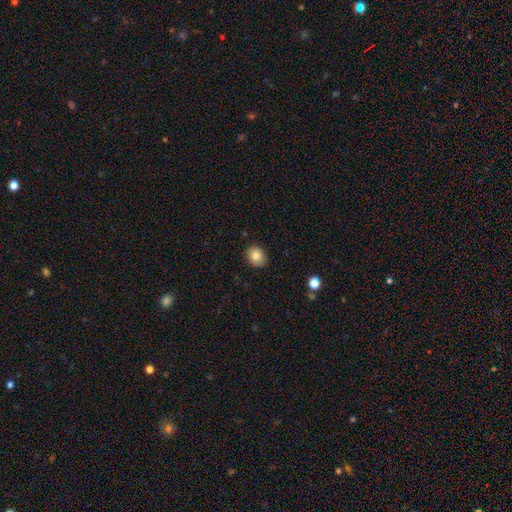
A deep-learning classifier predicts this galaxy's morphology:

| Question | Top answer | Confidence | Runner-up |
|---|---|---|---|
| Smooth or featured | smooth | 84% | star or artifact (9%) |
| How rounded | round | 51% | in between (48%) |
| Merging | none | 87% | minor disturbance (10%) |